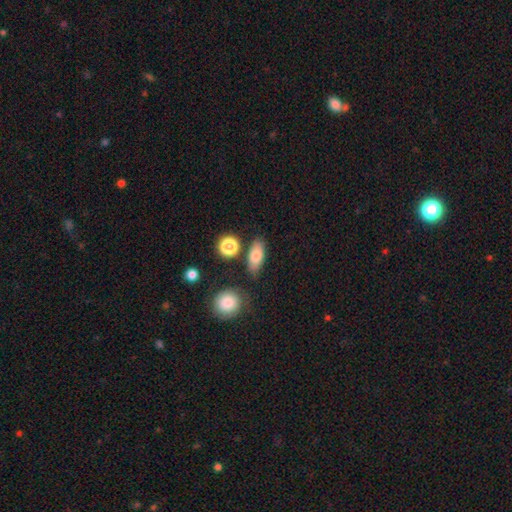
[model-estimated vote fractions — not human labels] A smooth galaxy with no disk features (79%) that is in between round and cigar-shaped (76%). Merging: none (77%).